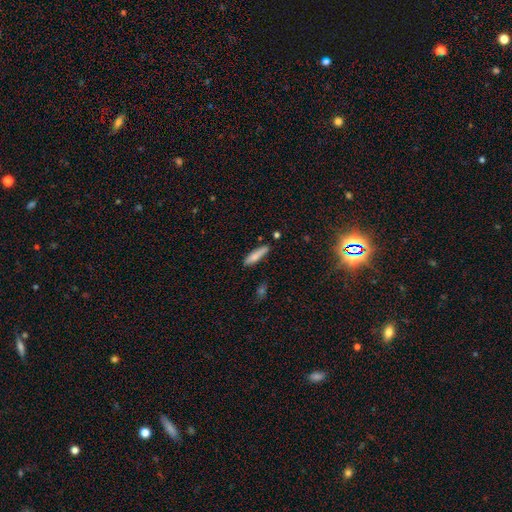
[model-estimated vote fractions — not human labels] This is likely a smooth galaxy (80%). How rounded: likely cigar-shaped (73%). Merging: likely none (78%).